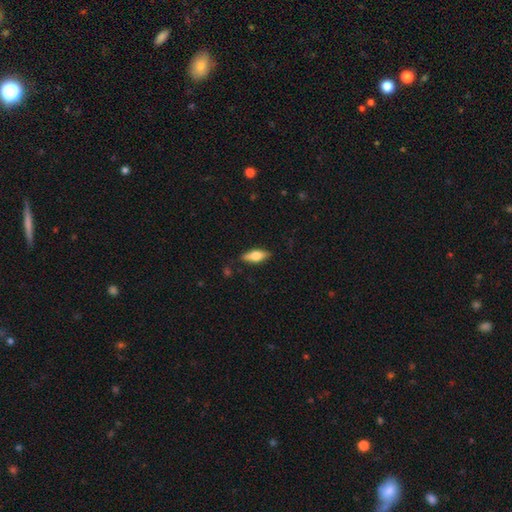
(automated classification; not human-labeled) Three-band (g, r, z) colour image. It shows a smooth galaxy with no disk features (60%) that is in between round and cigar-shaped (67%). Merging: none (85%).